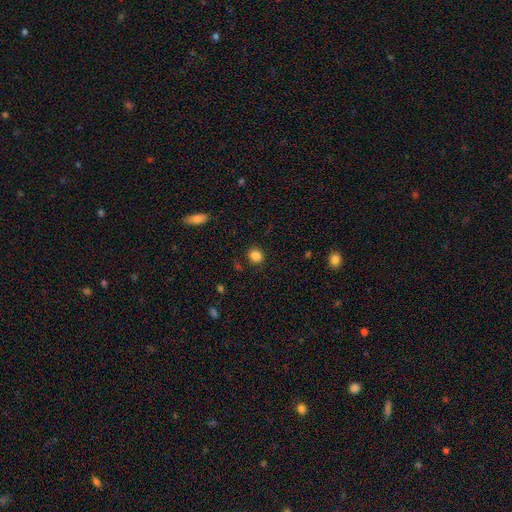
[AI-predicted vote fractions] Overall: smooth (85%). How rounded: round (79%). Merging: none (86%).